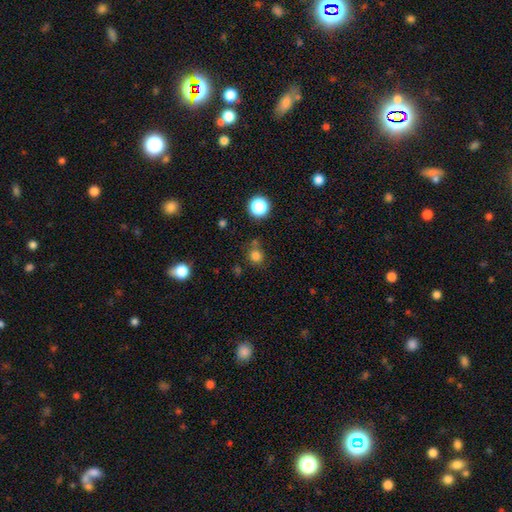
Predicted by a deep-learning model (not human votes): Smooth or featured?
  - smooth: 77% *
  - star or artifact: 17%
  - featured or disk: 5%
How rounded?
  - round: 88% *
  - in between: 11%
  - cigar-shaped: 1%
Merging?
  - none: 69% *
  - minor disturbance: 14%
  - merger: 12%
  - major disturbance: 5%